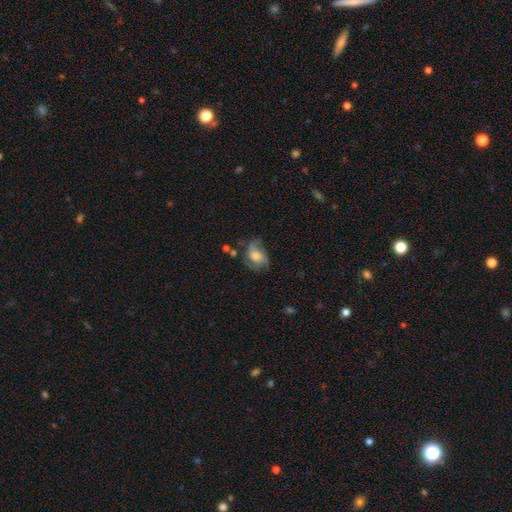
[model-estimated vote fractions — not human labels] Smooth or featured: featured or disk — 51% (smooth — 39%)
Edge-on disk: no — 96% (yes — 4%)
Merging: none — 46% (minor disturbance — 27%)